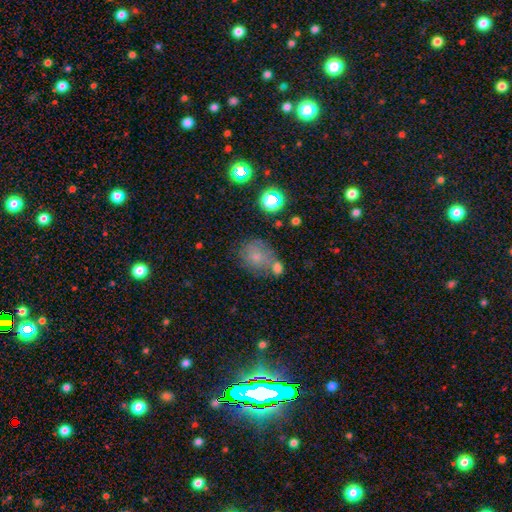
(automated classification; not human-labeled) smooth 67%, featured or disk 19%, star or artifact 14%. Down the decision tree: how rounded — round (66%); merging — none (39%).